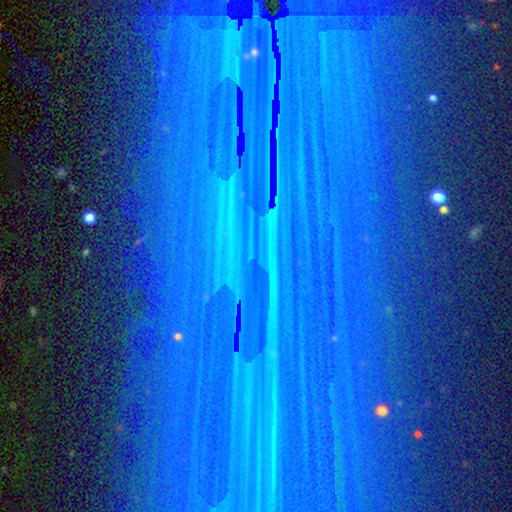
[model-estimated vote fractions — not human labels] This appears to be a star or artifact, not a galaxy (82%).